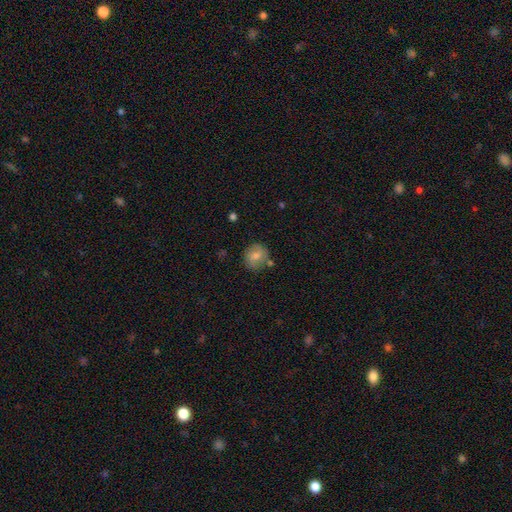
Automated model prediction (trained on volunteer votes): Morphology: type=smooth (76%); roundness=round (84%); merging=none (73%).